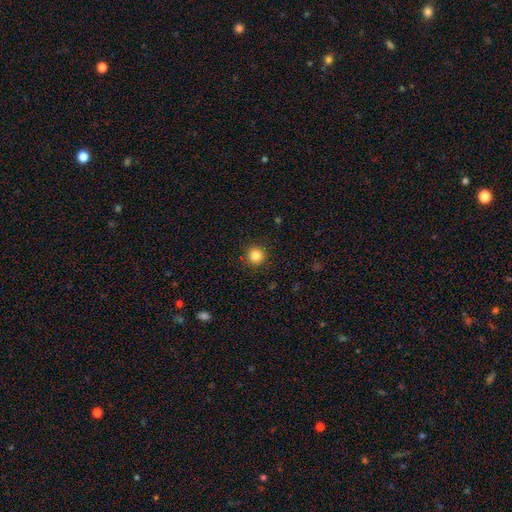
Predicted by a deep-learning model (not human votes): Overall: smooth (85%). How rounded: round (95%). Merging: none (92%).